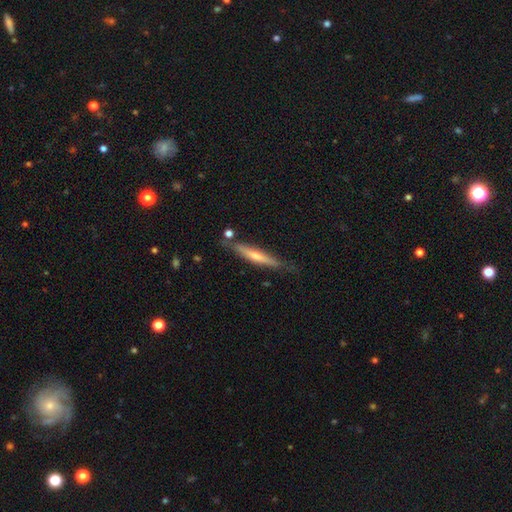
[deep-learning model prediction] smooth-or-featured: featured or disk: 57% | smooth: 37% | star or artifact: 6%
  disk-edge-on: yes: 93% | no: 7%
    edge-on-bulge: rounded: 65% | none: 28% | boxy: 7%
  merging: none: 76% | minor disturbance: 17% | merger: 4% | major disturbance: 3%